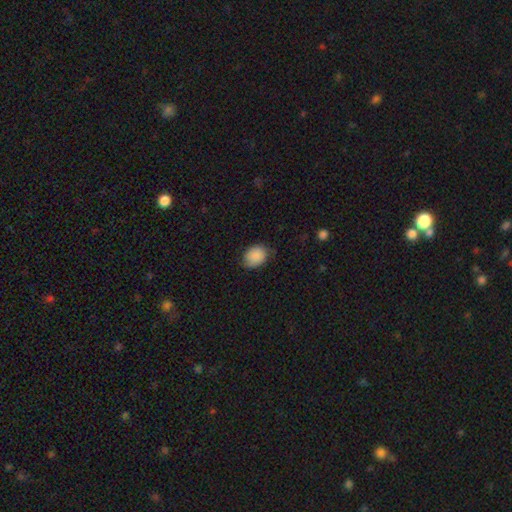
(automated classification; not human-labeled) smooth_or_featured: smooth (p=0.88) [alt: star or artifact p=0.07]
how_rounded: in between (p=0.64) [alt: round p=0.35]
merging: none (p=0.75) [alt: minor disturbance p=0.21]